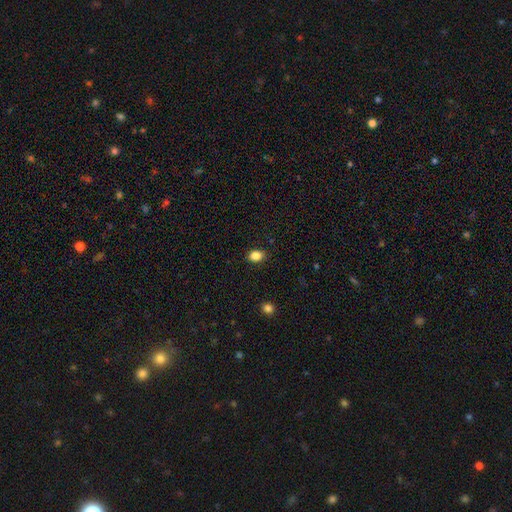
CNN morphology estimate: type=smooth (86%); roundness=in between (65%); merging=none (87%).